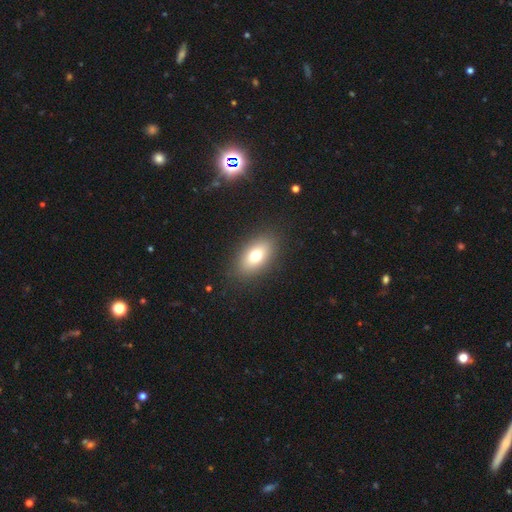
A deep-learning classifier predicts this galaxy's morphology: smooth 73%, featured or disk 17%, star or artifact 10%. Down the decision tree: how rounded — in between (86%); merging — none (87%).